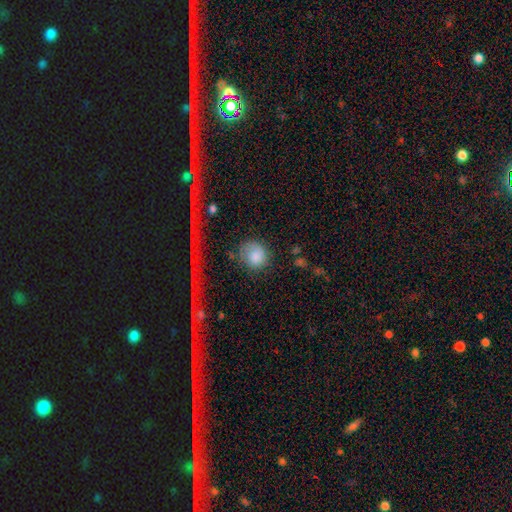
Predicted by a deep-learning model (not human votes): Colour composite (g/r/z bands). It shows a smooth galaxy with no disk features (83%) that is round (79%). Merging: none (60%).